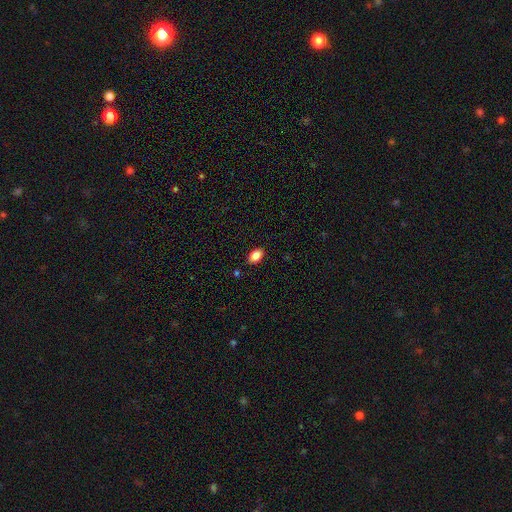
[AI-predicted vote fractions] This is clearly a smooth galaxy (85%). How rounded: clearly in between (90%). Merging: clearly none (86%).